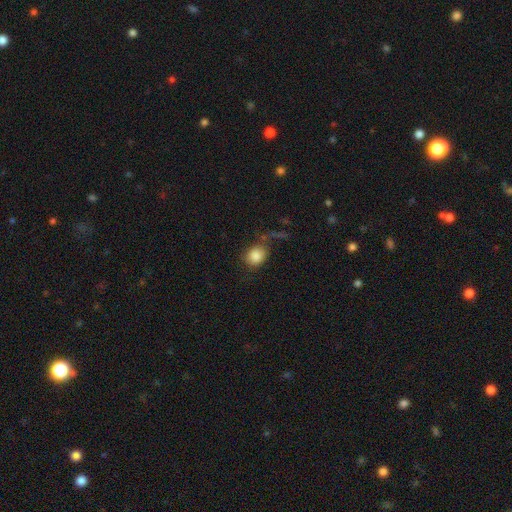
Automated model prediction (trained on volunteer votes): This appears to be a smooth galaxy with no disk features (85%) that is round (67%). Merging: none (56%).